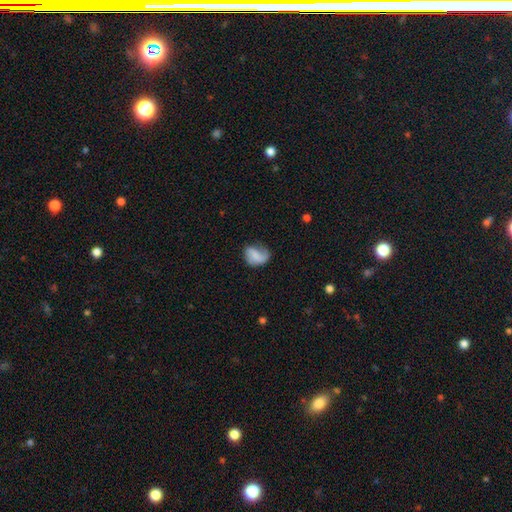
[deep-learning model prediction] Smooth or featured: smooth — 53% (featured or disk — 38%)
How rounded: in between — 59% (round — 39%)
Merging: none — 49% (minor disturbance — 31%)